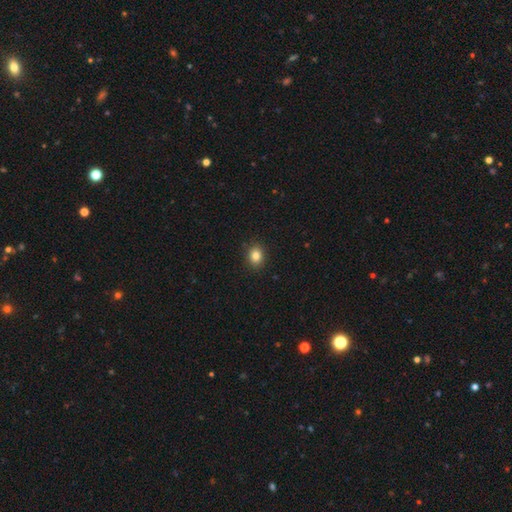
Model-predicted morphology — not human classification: smooth-or-featured: smooth: 84% | star or artifact: 11% | featured or disk: 6%
  how-rounded: round: 53% | in between: 46% | cigar-shaped: 1%
  merging: none: 90% | minor disturbance: 7% | major disturbance: 2% | merger: 1%